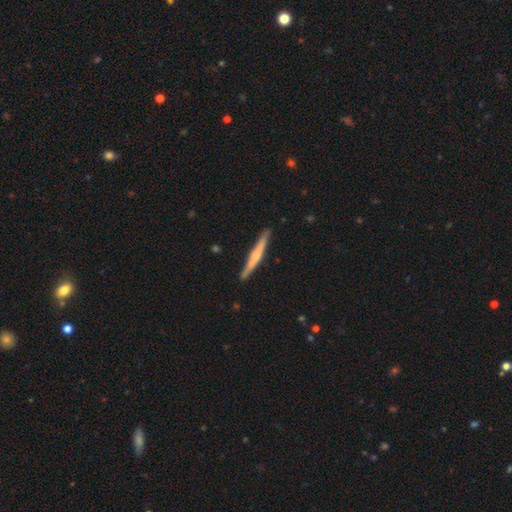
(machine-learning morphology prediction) Smooth or featured: featured or disk — 56% (smooth — 39%)
Edge-on disk: yes — 97% (no — 3%)
Edge-on bulge: rounded — 52% (none — 31%)
Merging: none — 89% (minor disturbance — 8%)